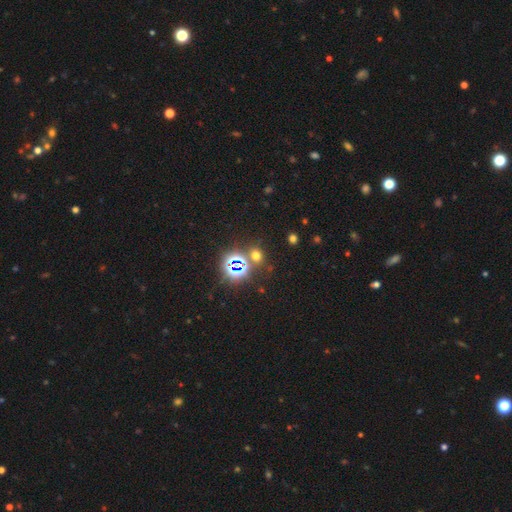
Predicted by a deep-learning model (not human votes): Overall: smooth (49%; star or artifact 44%). Merging: none (77%).